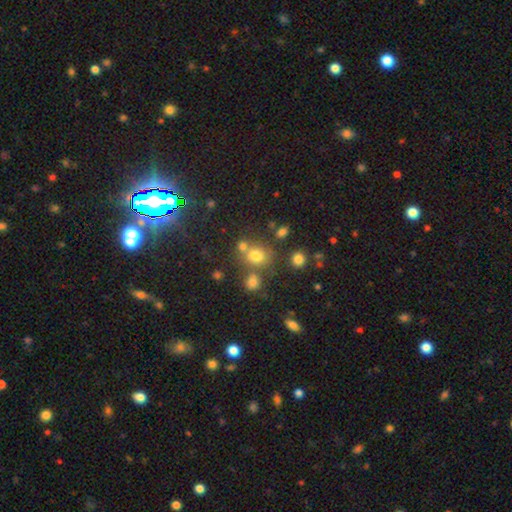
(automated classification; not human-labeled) This is likely a smooth galaxy (70%). How rounded: likely round (69%). Merging: possibly none (59%).